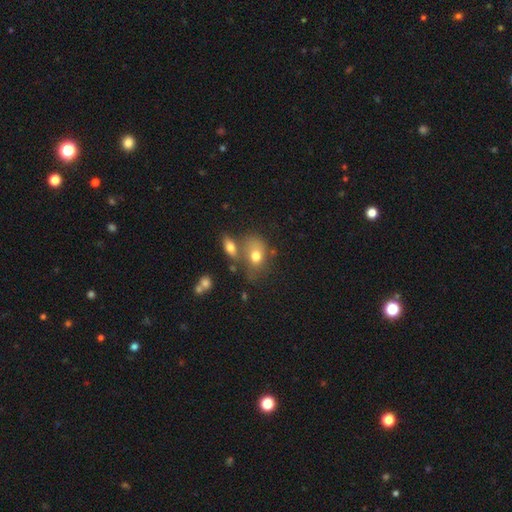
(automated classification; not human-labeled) Smooth or featured: smooth — 73% (featured or disk — 17%)
How rounded: in between — 67% (round — 31%)
Merging: none — 39% (merger — 34%)